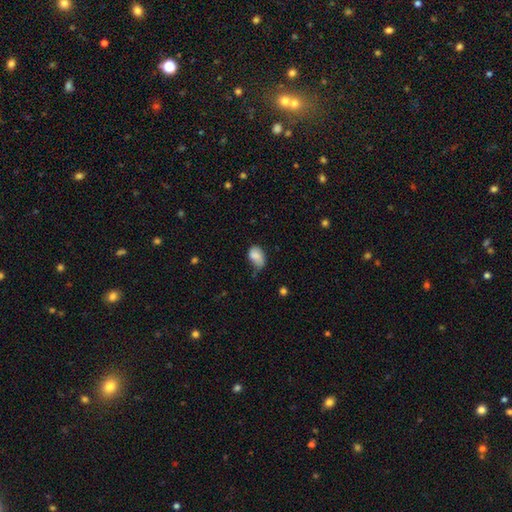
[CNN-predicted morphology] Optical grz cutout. It shows a smooth galaxy with no disk features (83%) that is in between round and cigar-shaped (86%). Merging: minor disturbance (43%).